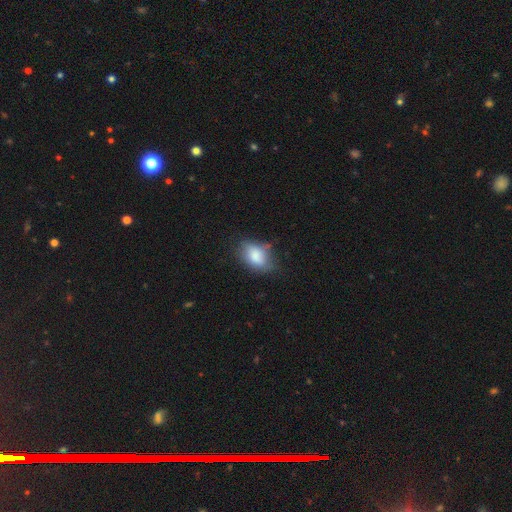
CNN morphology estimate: A smooth galaxy with no disk features (82%) that is in between round and cigar-shaped (86%). Merging: none (58%).